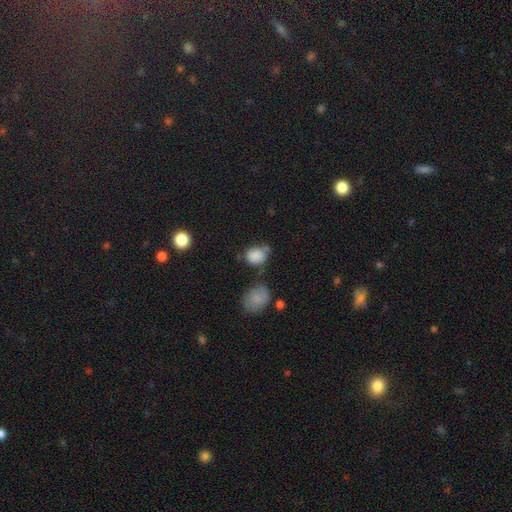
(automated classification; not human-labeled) Smooth or featured: smooth — 83% (star or artifact — 10%)
How rounded: round — 65% (in between — 34%)
Merging: none — 53% (minor disturbance — 25%)